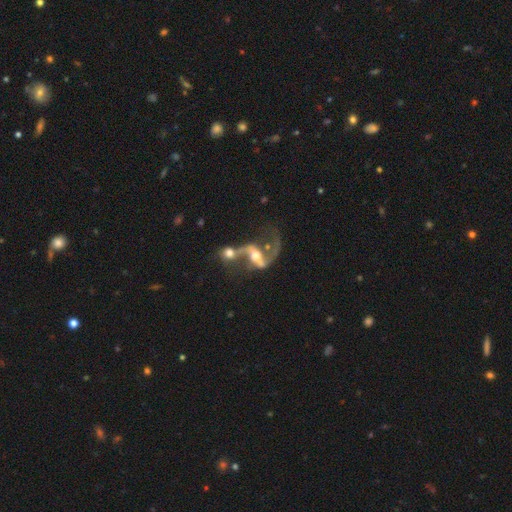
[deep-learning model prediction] Morphology: type=featured or disk (85%); edge-on=no (95%); bar=strong (39%); spiral arms=yes (92%); winding=loose (78%); arm count=2 (85%); bulge=moderate (61%); merging=merger (48%).